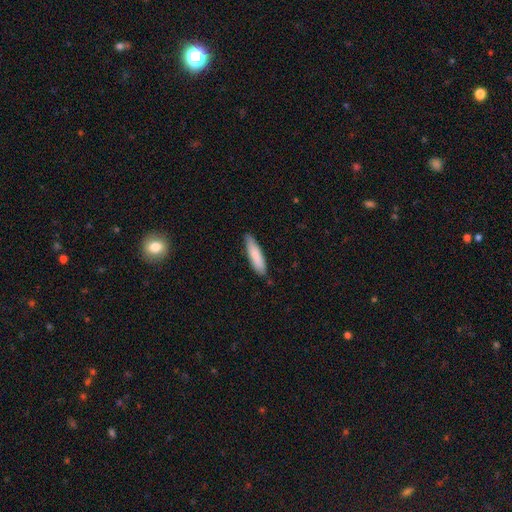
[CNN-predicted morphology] A smooth galaxy with no disk features (83%) that is cigar-shaped (74%). Merging: none (84%).